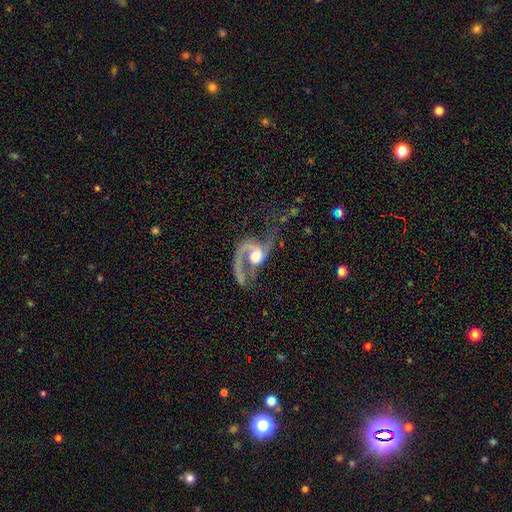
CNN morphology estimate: Smooth or featured: featured or disk — 88% (smooth — 7%)
Edge-on disk: no — 97% (yes — 3%)
Bar: no — 64% (weak — 26%)
Spiral arms: yes — 95% (no — 5%)
Spiral winding: loose — 48% (medium — 41%)
Spiral arm count: 2 — 58% (1 — 36%)
Bulge size: moderate — 58% (large — 29%)
Merging: none — 39% (major disturbance — 38%)